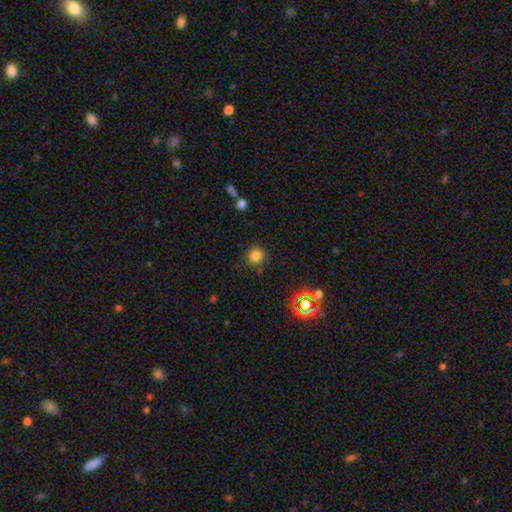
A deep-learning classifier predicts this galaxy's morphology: A smooth galaxy with no disk features (79%) that is round (89%). Merging: none (82%).